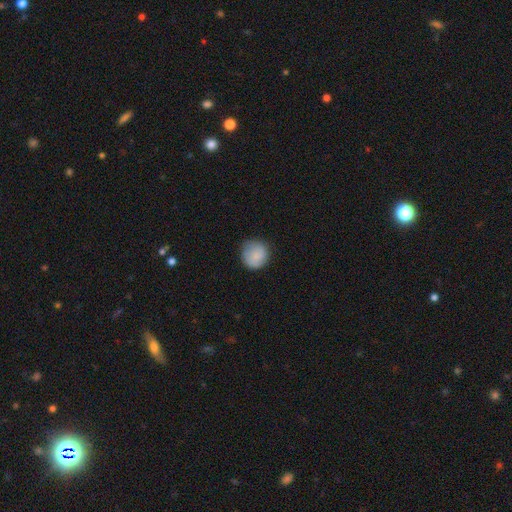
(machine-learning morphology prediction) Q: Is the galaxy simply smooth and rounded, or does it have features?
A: smooth — 83%.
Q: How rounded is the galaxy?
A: round — 91%.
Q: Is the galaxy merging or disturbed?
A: none — 76%.